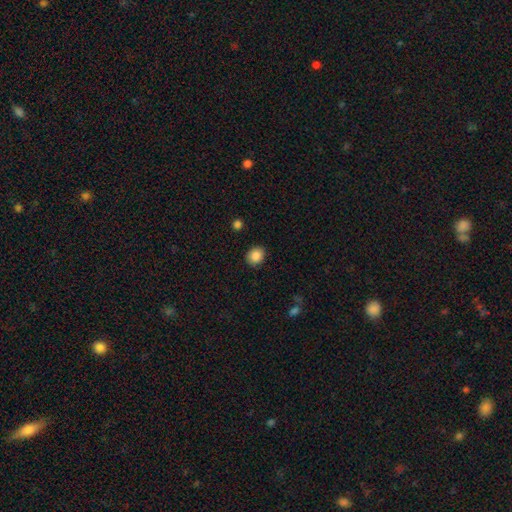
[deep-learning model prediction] Smooth or featured? Predicted: smooth (p=0.87). How rounded? Predicted: round (p=0.68). Merging? Predicted: none (p=0.89).